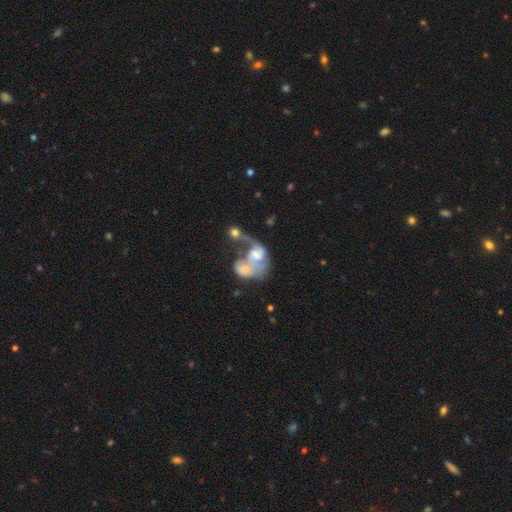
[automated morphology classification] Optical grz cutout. It shows a featured or disk galaxy (59%) with no bar (74%), spiral arms (55%) and a moderate central bulge (41%). Merging: merger (74%).